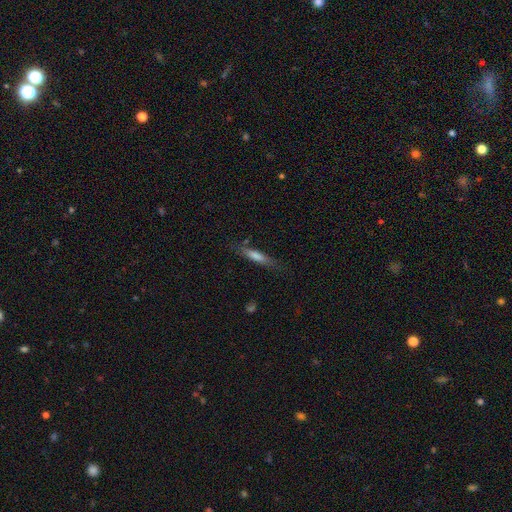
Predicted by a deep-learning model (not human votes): Smooth or featured: smooth — 62% (featured or disk — 30%)
How rounded: cigar-shaped — 87% (in between — 11%)
Merging: none — 77% (minor disturbance — 16%)